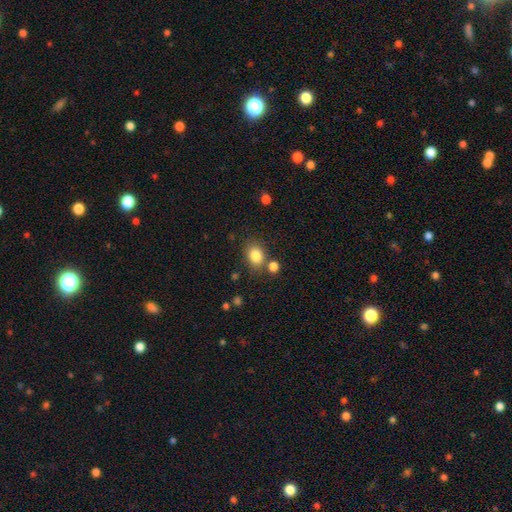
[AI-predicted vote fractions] The model was most divided on "how rounded": in between: 55%, round: 44%, cigar-shaped: 1%. More confident: smooth or featured — smooth (83%); merging — none (71%).